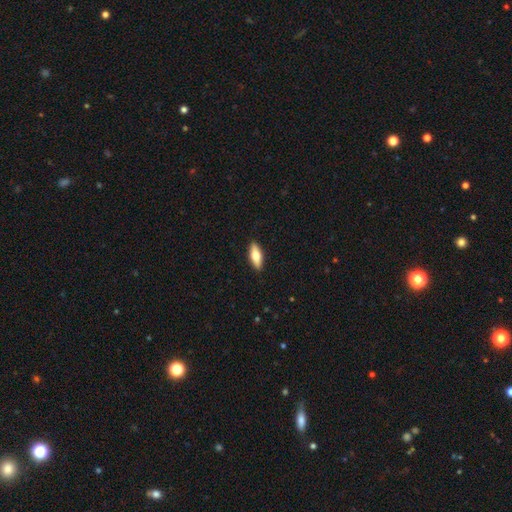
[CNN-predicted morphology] Smooth or featured? Predicted: smooth (p=0.66). How rounded? Predicted: in between (p=0.62). Merging? Predicted: none (p=0.90).